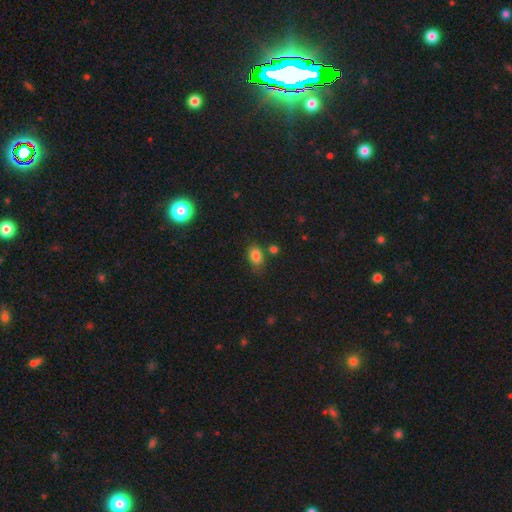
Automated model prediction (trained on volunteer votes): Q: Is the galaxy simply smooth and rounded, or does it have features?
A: smooth — 83%.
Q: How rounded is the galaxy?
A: in between — 79%.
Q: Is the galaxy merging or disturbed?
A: none — 69%.